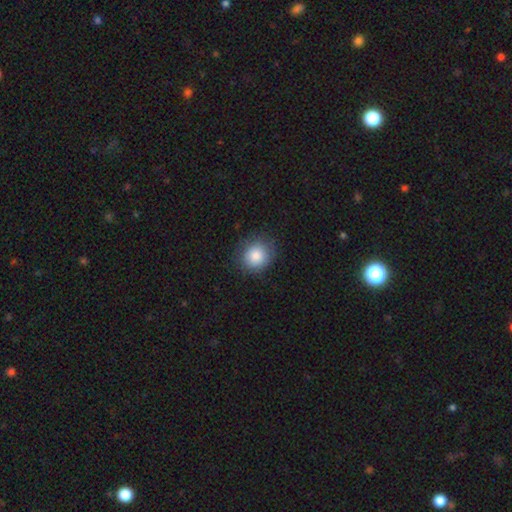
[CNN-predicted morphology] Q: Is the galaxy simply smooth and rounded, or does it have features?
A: smooth — 84%.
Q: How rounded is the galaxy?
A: round — 81%.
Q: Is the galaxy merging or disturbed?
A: none — 83%.